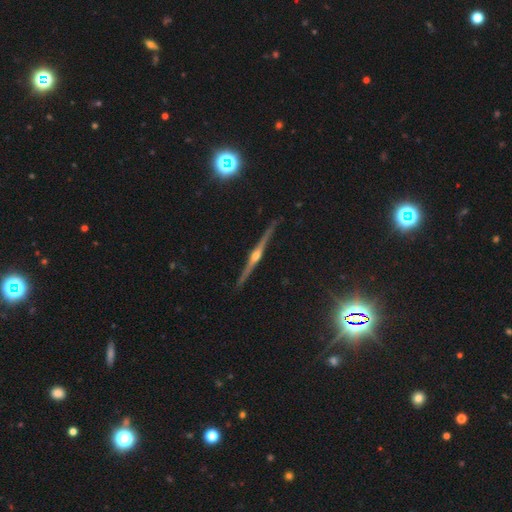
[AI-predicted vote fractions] This appears to be a featured or disk galaxy (85%) viewed edge-on (98%) with a rounded central bulge (91%). Merging: none (90%).